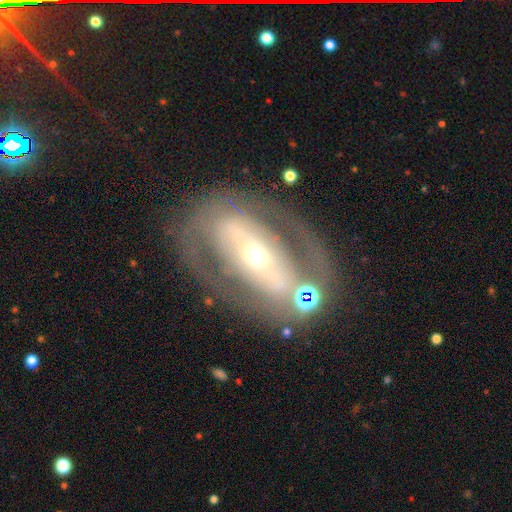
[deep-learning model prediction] Morphology: type=featured or disk (76%); edge-on=no (91%); bar=strong (43%); spiral arms=no (52%); bulge=small (48%); merging=none (68%).